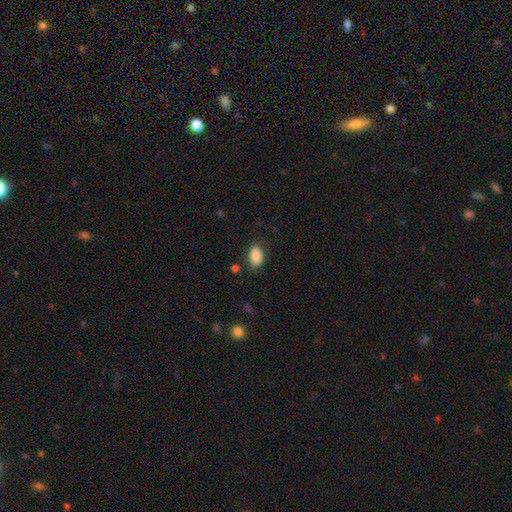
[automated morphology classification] smooth-or-featured: smooth: 87% | star or artifact: 8% | featured or disk: 5%
  how-rounded: in between: 91% | round: 8% | cigar-shaped: 2%
  merging: none: 81% | minor disturbance: 13% | major disturbance: 4% | merger: 2%